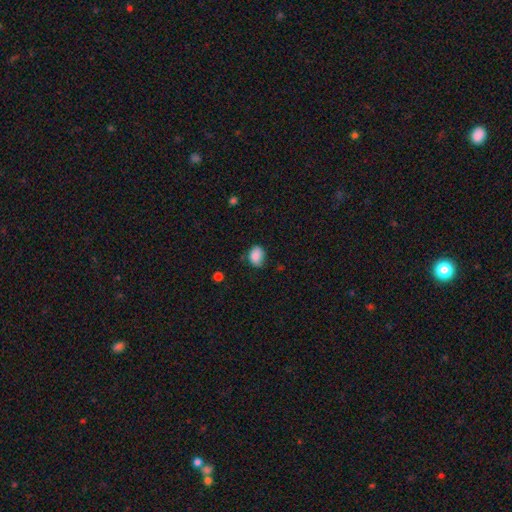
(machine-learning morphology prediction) The model was most divided on "how rounded": in between: 63%, round: 36%, cigar-shaped: 1%. More confident: smooth or featured — smooth (84%); merging — none (60%).